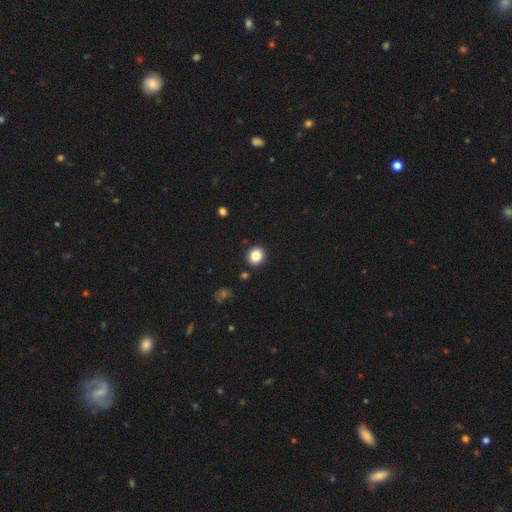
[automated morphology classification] Q: Smooth or featured?
A: smooth (85%); runner-up: star or artifact (10%)
Q: How rounded?
A: round (74%); runner-up: in between (25%)
Q: Merging?
A: none (90%); runner-up: minor disturbance (6%)